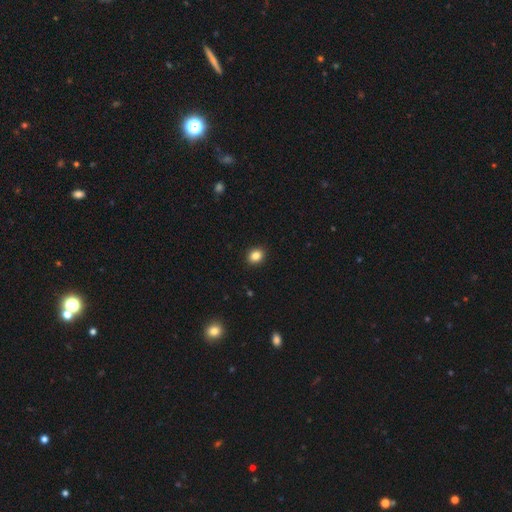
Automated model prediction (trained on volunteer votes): Smooth or featured? smooth (85%)
How rounded? round (56%)
Merging? none (91%)